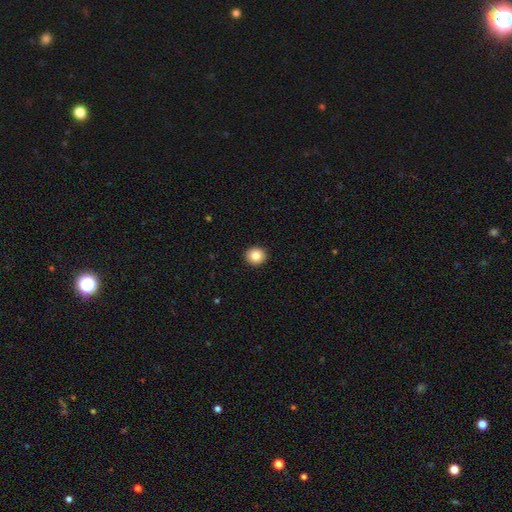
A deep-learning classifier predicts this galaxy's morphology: This appears to be a smooth galaxy with no disk features (85%) that is round (88%). Merging: none (93%).